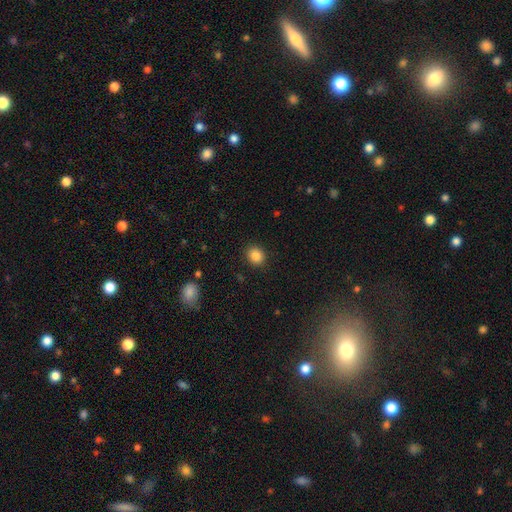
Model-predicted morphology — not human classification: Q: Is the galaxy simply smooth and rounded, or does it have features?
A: smooth — 86%.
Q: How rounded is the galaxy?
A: round — 70%.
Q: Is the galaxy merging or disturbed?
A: none — 90%.